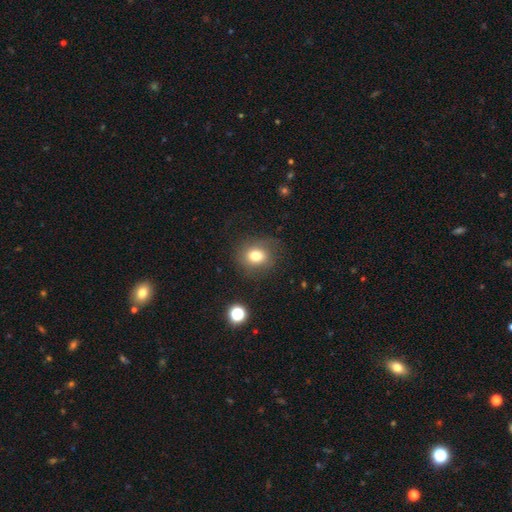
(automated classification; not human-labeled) Morphology: type=smooth (75%); roundness=round (66%); merging=none (74%).